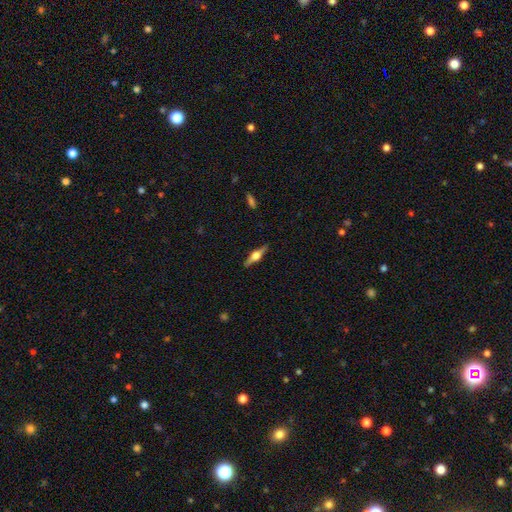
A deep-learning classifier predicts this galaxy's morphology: Overall: featured or disk (72%). Edge-on disk: yes (97%). Edge-on bulge: rounded (92%). Merging: none (89%).